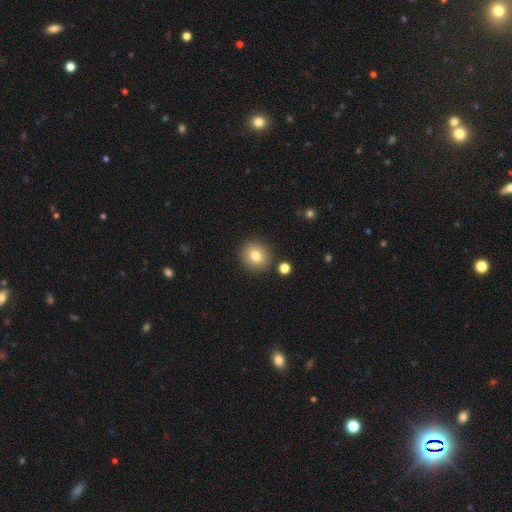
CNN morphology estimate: smooth 82%, star or artifact 10%, featured or disk 8%. Down the decision tree: how rounded — round (84%); merging — none (87%).